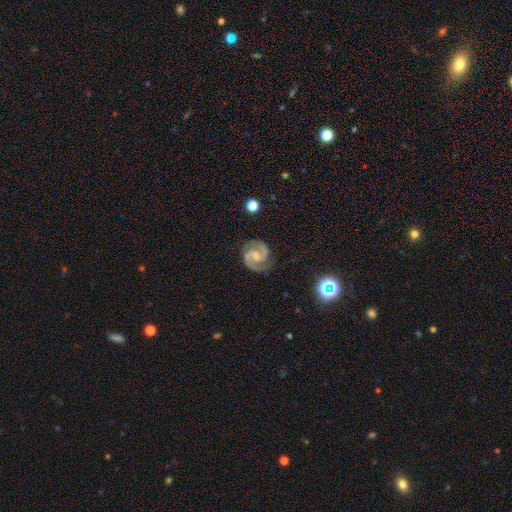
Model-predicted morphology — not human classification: The model was most divided on "bar": weak: 50%, no: 36%, strong: 14%. More confident: edge-on disk — no (98%); spiral arms — yes (98%); spiral arm count — 2 (93%); smooth or featured — featured or disk (89%); merging — none (81%); spiral winding — medium (59%); bulge size — small (53%).